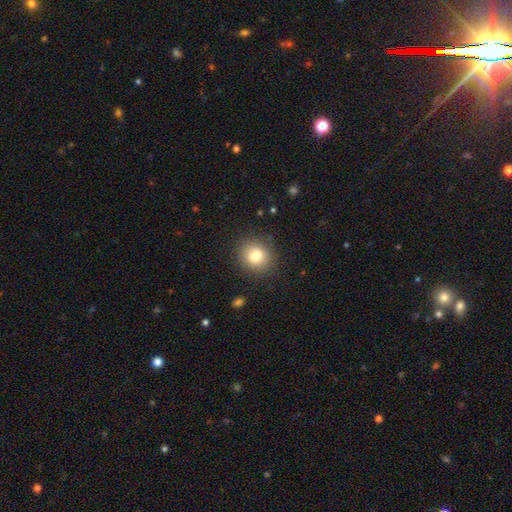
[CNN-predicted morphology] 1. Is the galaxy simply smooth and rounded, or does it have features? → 79% smooth, 11% star or artifact, 9% featured or disk.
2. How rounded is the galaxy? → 83% round, 16% in between, 1% cigar-shaped.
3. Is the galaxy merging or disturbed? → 89% none, 7% minor disturbance, 3% major disturbance, 1% merger.